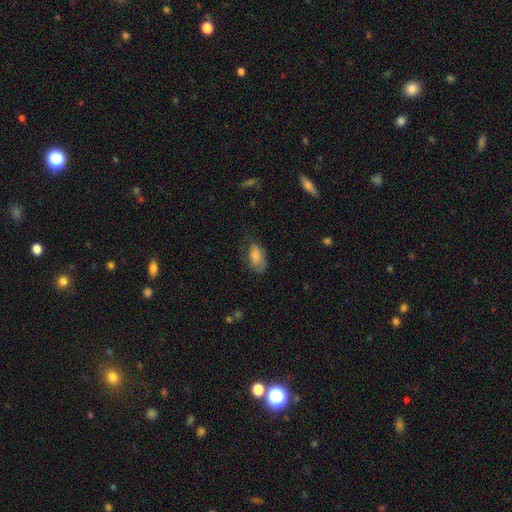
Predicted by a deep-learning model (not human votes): Overall: smooth (73%). How rounded: in between (92%). Merging: none (52%; minor disturbance 29%).